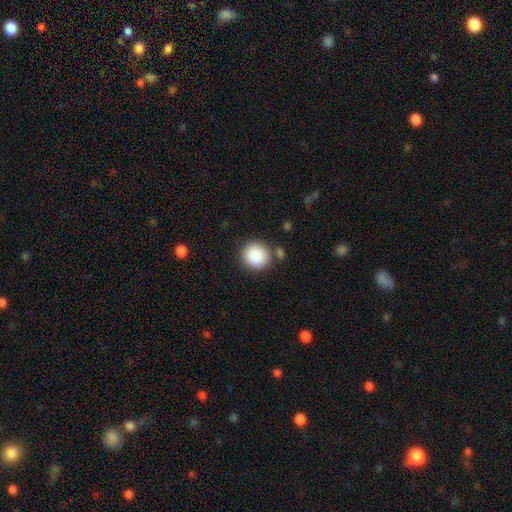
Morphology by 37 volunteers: Overall: smooth (97%). How rounded: round (100%). Merging: none (84%).